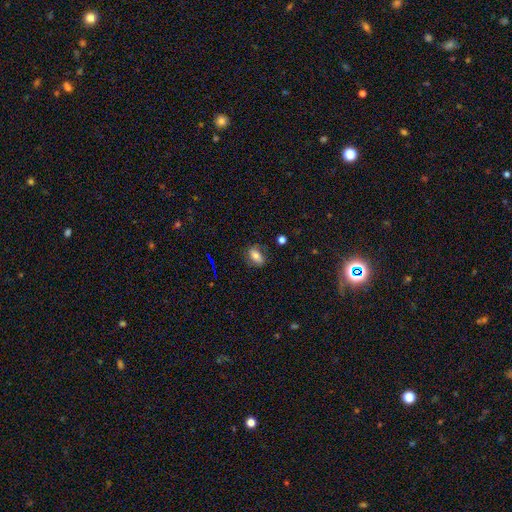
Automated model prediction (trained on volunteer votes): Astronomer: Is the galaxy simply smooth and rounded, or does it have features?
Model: smooth — 70%.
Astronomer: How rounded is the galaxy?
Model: in between — 81%.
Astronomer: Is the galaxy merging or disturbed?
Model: none — 76%.